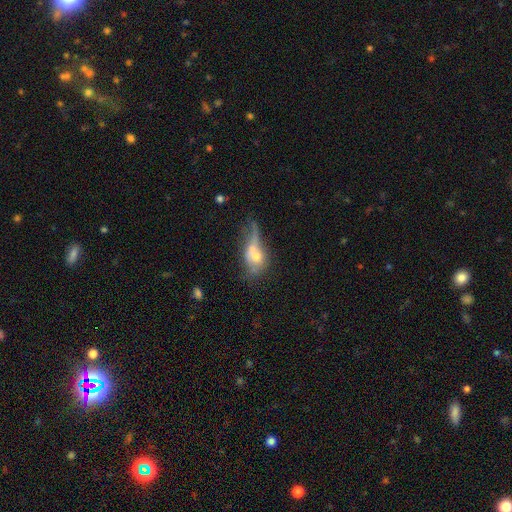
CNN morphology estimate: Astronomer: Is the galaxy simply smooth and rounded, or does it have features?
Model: smooth — 47% (runner-up: featured or disk, 42%).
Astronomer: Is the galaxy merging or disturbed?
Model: major disturbance — 33% (runner-up: merger, 26%).